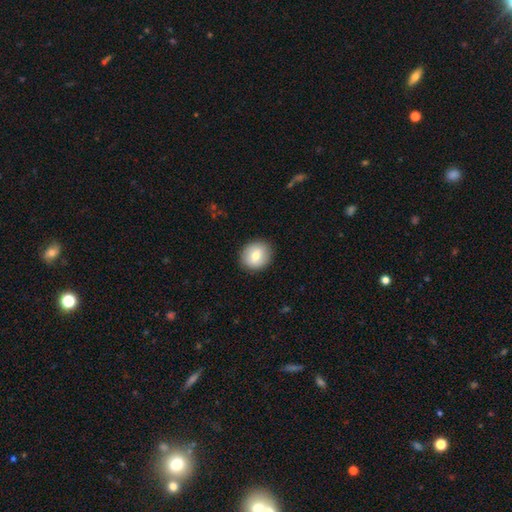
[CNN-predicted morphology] Smooth or featured? smooth (73%)
How rounded? round (79%)
Merging? none (90%)